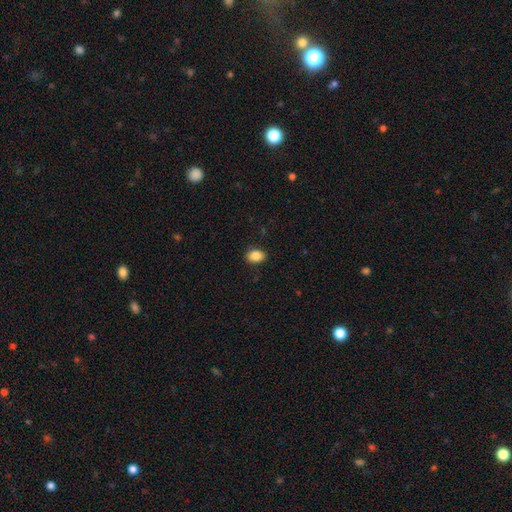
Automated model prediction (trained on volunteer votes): Overall: smooth (86%). How rounded: in between (76%). Merging: none (88%).